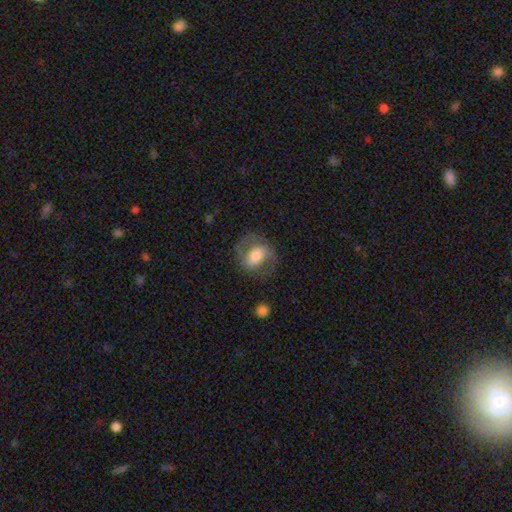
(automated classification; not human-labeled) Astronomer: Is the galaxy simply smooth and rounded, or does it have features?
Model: featured or disk — 56% (runner-up: smooth, 37%).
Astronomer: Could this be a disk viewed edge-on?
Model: no — 96%.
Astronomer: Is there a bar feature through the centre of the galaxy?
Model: weak — 39% (runner-up: no, 34%).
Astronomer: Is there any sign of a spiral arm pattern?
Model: yes — 72%.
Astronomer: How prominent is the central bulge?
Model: moderate — 57%.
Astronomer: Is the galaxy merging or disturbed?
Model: none — 67%.